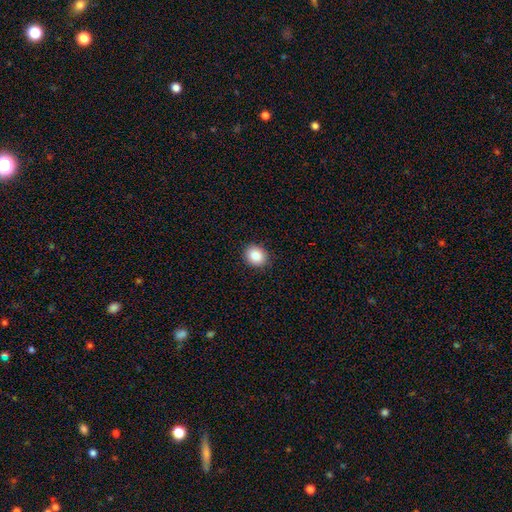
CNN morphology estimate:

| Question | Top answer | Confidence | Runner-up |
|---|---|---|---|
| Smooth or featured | smooth | 88% | star or artifact (8%) |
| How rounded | round | 69% | in between (31%) |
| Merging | none | 90% | minor disturbance (7%) |